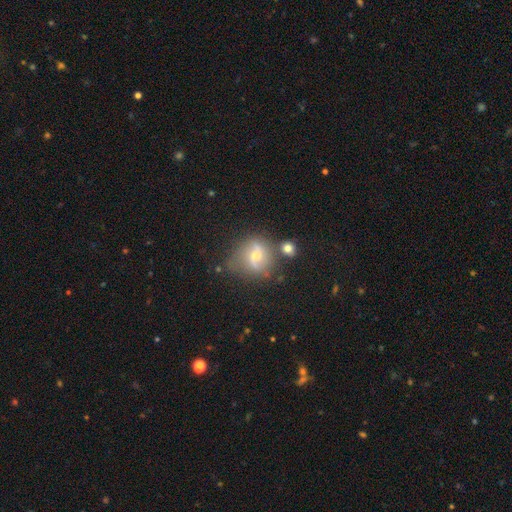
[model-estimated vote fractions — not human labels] Overall: featured or disk (51%; smooth 37%). Edge-on disk: no (94%). Merging: none (53%; minor disturbance 24%).